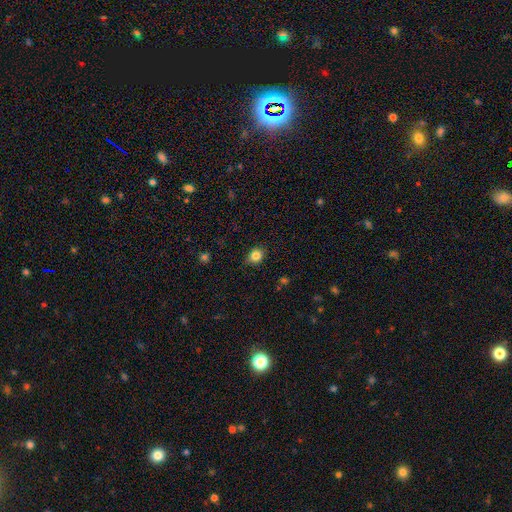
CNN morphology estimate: This is clearly a smooth galaxy (84%). How rounded: possibly round (59%). Merging: clearly none (83%).